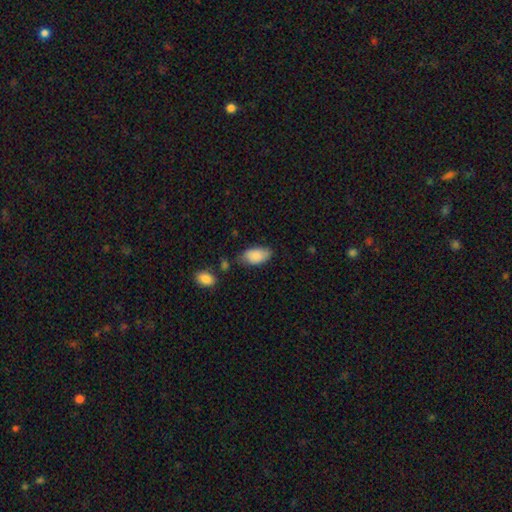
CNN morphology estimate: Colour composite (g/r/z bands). It shows a smooth galaxy with no disk features (88%) that is in between round and cigar-shaped (95%). Merging: none (68%).